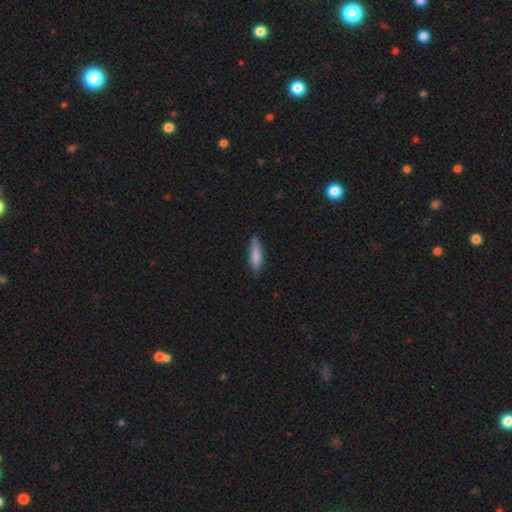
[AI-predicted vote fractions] smooth_or_featured: smooth (p=0.77) [alt: featured or disk p=0.17]
how_rounded: cigar-shaped (p=0.68) [alt: in between p=0.31]
merging: none (p=0.76) [alt: minor disturbance p=0.19]